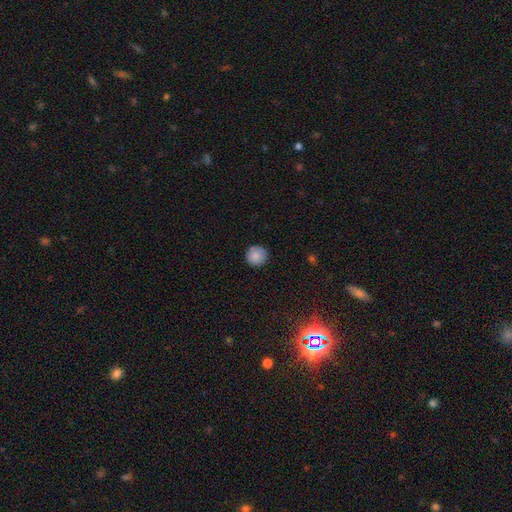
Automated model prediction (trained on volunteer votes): A smooth galaxy with no disk features (86%) that is round (94%). Merging: none (88%).